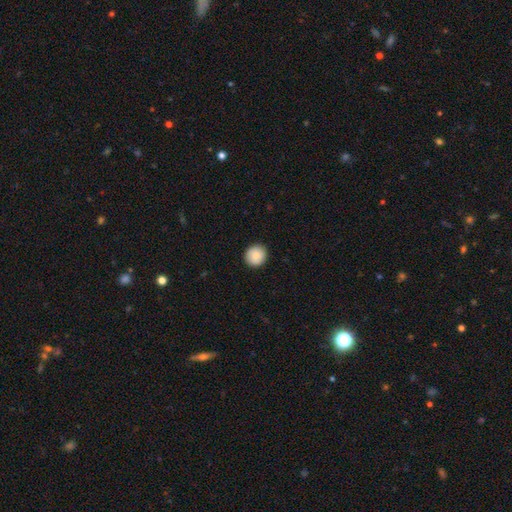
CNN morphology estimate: This is clearly a smooth galaxy (86%). How rounded: clearly round (92%). Merging: clearly none (91%).